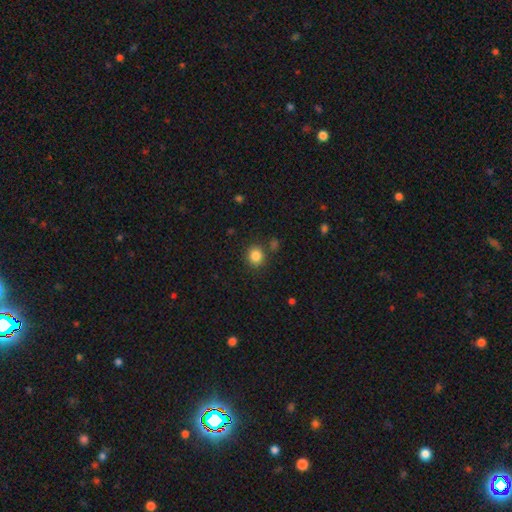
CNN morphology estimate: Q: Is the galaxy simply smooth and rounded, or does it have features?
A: smooth — 85%.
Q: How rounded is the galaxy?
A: round — 82%.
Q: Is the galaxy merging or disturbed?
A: none — 82%.